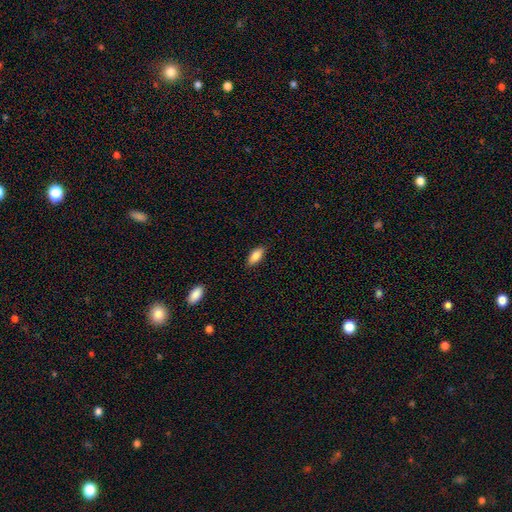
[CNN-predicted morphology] smooth-or-featured: smooth: 85% | featured or disk: 8% | star or artifact: 7%
  how-rounded: in between: 84% | cigar-shaped: 14% | round: 2%
  merging: none: 86% | minor disturbance: 11% | major disturbance: 2% | merger: 1%